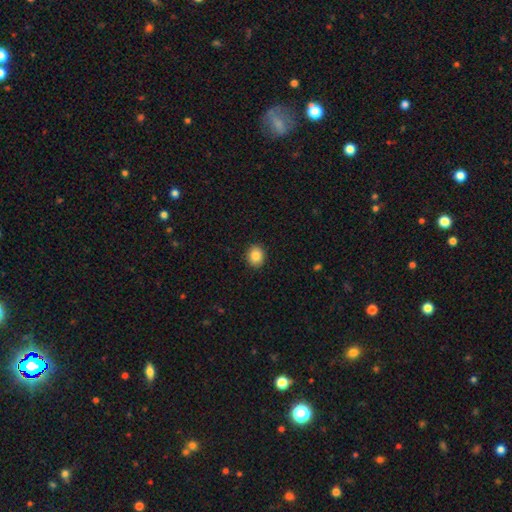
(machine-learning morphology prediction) smooth 85%, star or artifact 9%, featured or disk 6%. Down the decision tree: how rounded — round (66%); merging — none (92%).